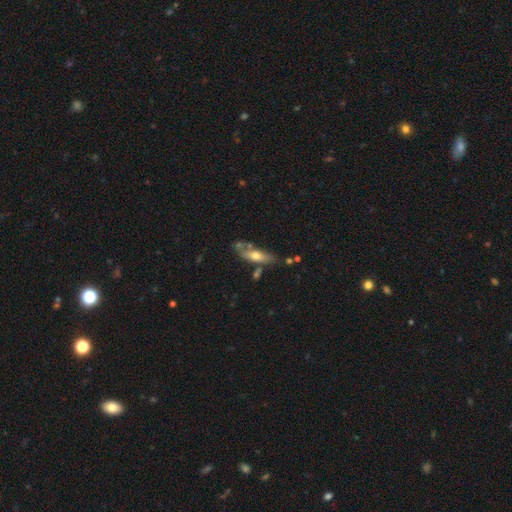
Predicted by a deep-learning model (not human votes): Smooth or featured: smooth — 54% (featured or disk — 39%)
How rounded: in between — 52% (cigar-shaped — 45%)
Merging: none — 55% (minor disturbance — 22%)